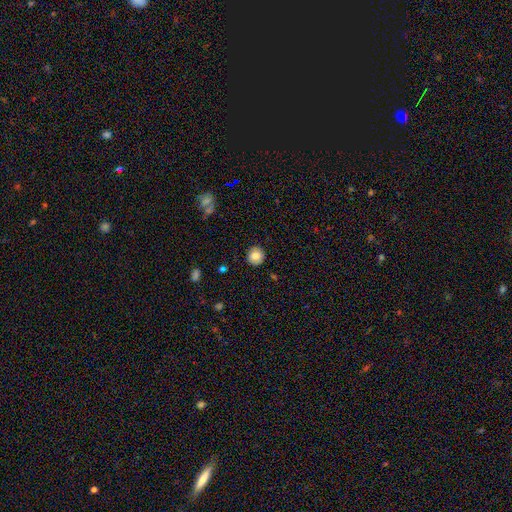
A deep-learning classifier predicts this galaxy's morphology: This is clearly a smooth galaxy (81%). How rounded: clearly round (91%). Merging: clearly none (90%).